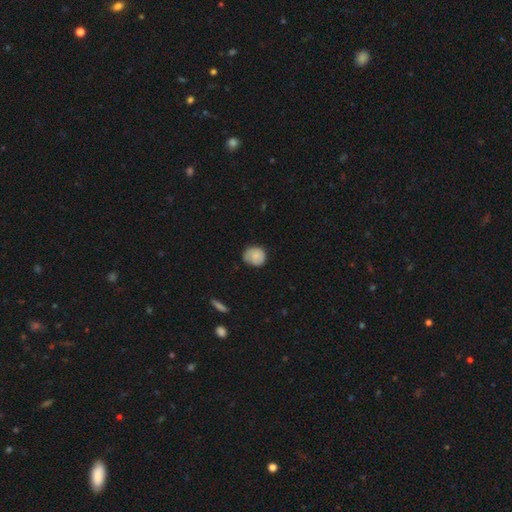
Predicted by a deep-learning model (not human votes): A smooth galaxy with no disk features (82%) that is round (74%).

Vote fractions:
- Smooth or featured? smooth: 82% / featured or disk: 11% / star or artifact: 7%
- How rounded? round: 74% / in between: 25% / cigar-shaped: 1%
- Merging? none: 67% / minor disturbance: 28% / major disturbance: 4% / merger: 1%